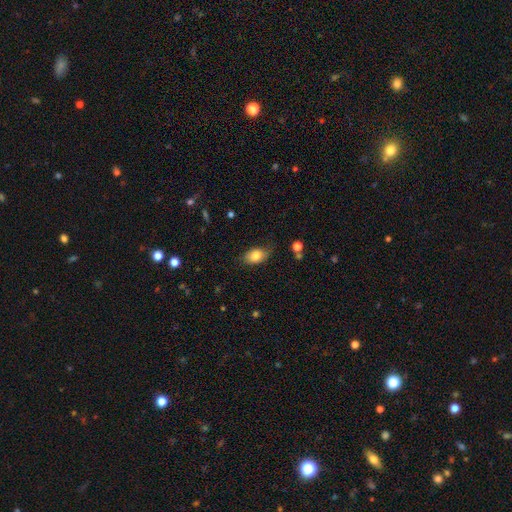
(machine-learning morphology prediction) Smooth or featured? Predicted: smooth (p=0.82). How rounded? Predicted: in between (p=0.88). Merging? Predicted: none (p=0.69).